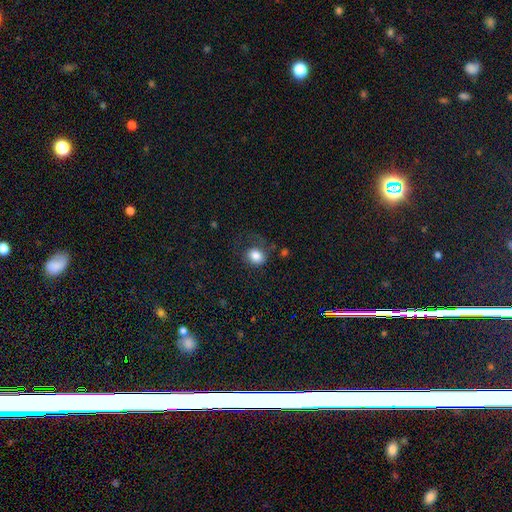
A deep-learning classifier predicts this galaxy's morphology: Smooth or featured?
  - smooth: 82% *
  - star or artifact: 9%
  - featured or disk: 9%
How rounded?
  - round: 57% *
  - in between: 43%
  - cigar-shaped: 1%
Merging?
  - none: 57% *
  - minor disturbance: 20%
  - major disturbance: 20%
  - merger: 3%